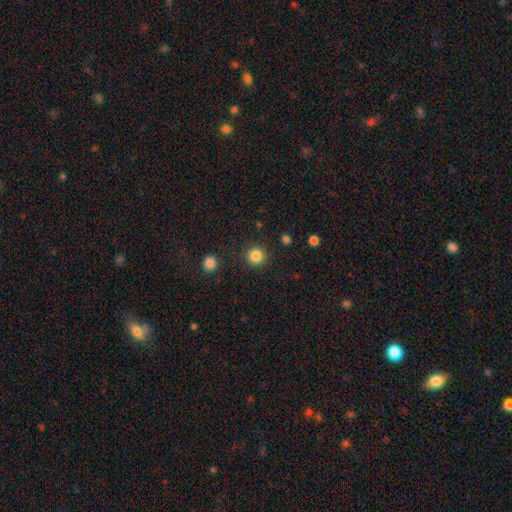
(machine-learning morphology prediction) A smooth galaxy with no disk features (85%) that is round (94%).

Vote fractions:
- Smooth or featured? smooth: 85% / star or artifact: 11% / featured or disk: 4%
- How rounded? round: 94% / in between: 5% / cigar-shaped: 1%
- Merging? none: 90% / minor disturbance: 6% / major disturbance: 3% / merger: 2%